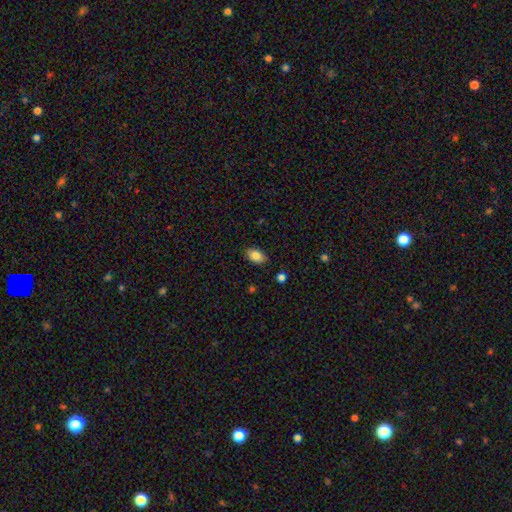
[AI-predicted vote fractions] smooth-or-featured: smooth: 84% | featured or disk: 8% | star or artifact: 8%
  how-rounded: in between: 89% | round: 10% | cigar-shaped: 1%
  merging: none: 86% | minor disturbance: 10% | major disturbance: 2% | merger: 1%